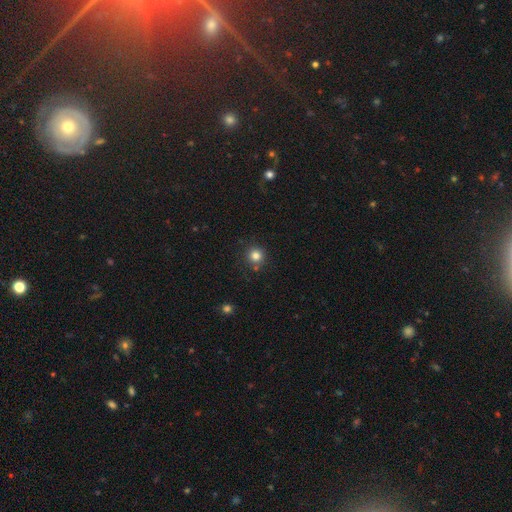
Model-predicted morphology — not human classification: smooth 81%, star or artifact 13%, featured or disk 6%. Down the decision tree: how rounded — round (94%); merging — none (84%).